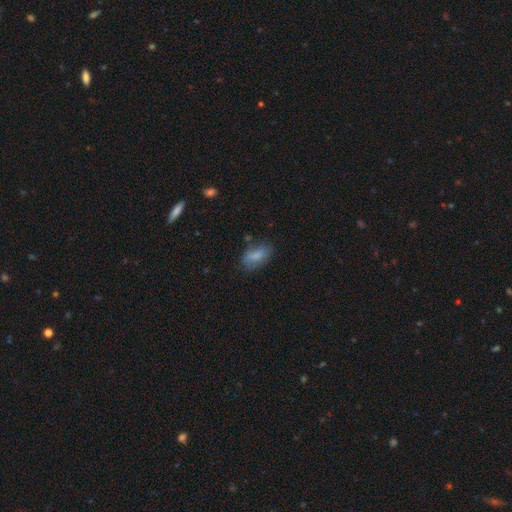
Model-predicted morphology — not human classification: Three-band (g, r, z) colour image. It shows a smooth galaxy with no disk features (79%) that is in between round and cigar-shaped (90%). Merging: none (67%).